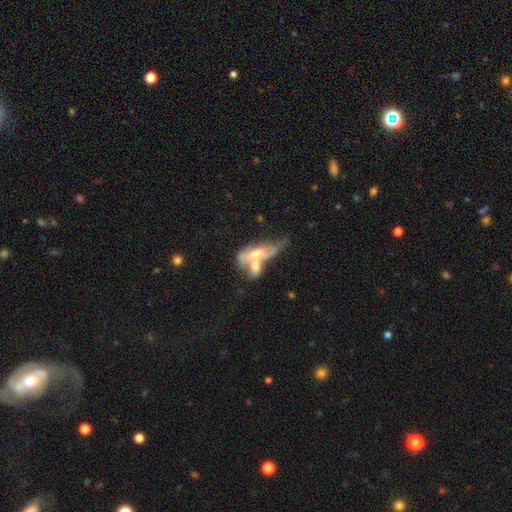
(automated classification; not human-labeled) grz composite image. It shows a featured or disk galaxy (50%). Merging: merger (65%).